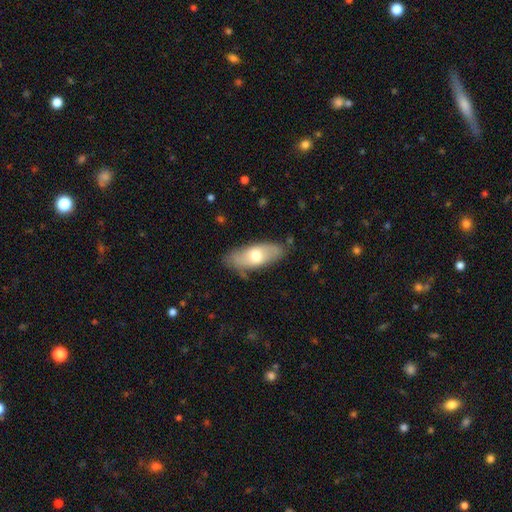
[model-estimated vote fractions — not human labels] smooth_or_featured: smooth (p=0.62) [alt: featured or disk p=0.32]
how_rounded: in between (p=0.80) [alt: cigar-shaped p=0.18]
merging: none (p=0.77) [alt: minor disturbance p=0.17]